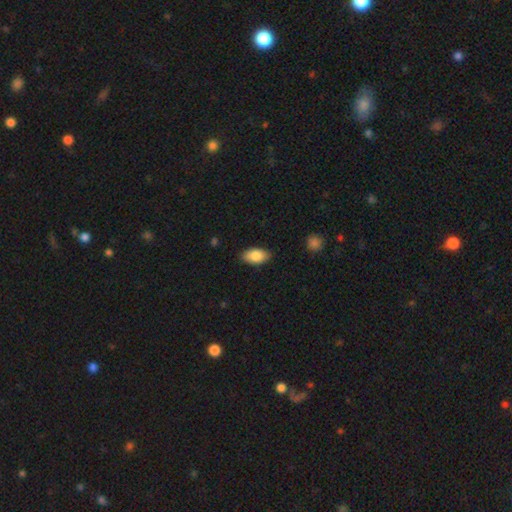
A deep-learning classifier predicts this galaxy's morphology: A smooth galaxy with no disk features (85%) that is in between round and cigar-shaped (93%).

Vote fractions:
- Smooth or featured? smooth: 85% / featured or disk: 8% / star or artifact: 7%
- How rounded? in between: 93% / round: 4% / cigar-shaped: 3%
- Merging? none: 85% / minor disturbance: 12% / major disturbance: 2% / merger: 1%